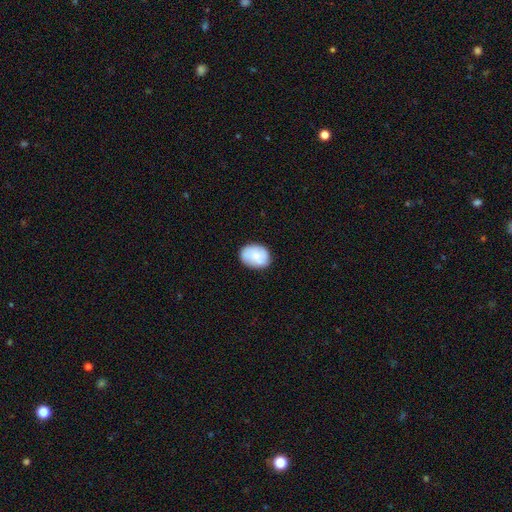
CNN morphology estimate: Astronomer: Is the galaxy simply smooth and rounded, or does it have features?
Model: smooth — 77%.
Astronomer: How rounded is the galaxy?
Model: in between — 68%.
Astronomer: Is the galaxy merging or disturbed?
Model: none — 76%.